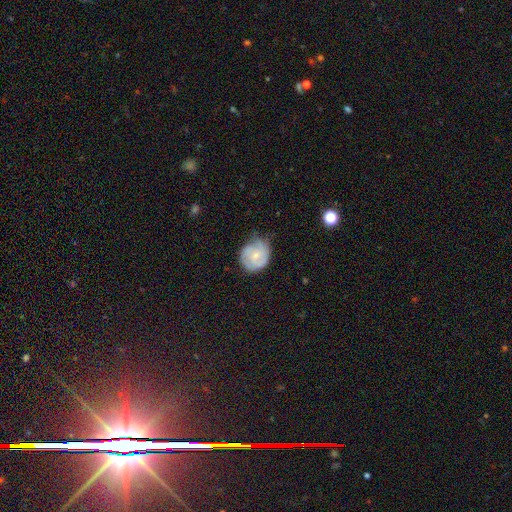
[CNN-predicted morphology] Q: Smooth or featured?
A: smooth (51%); runner-up: featured or disk (42%)
Q: How rounded?
A: round (77%); runner-up: in between (22%)
Q: Merging?
A: none (53%); runner-up: minor disturbance (35%)